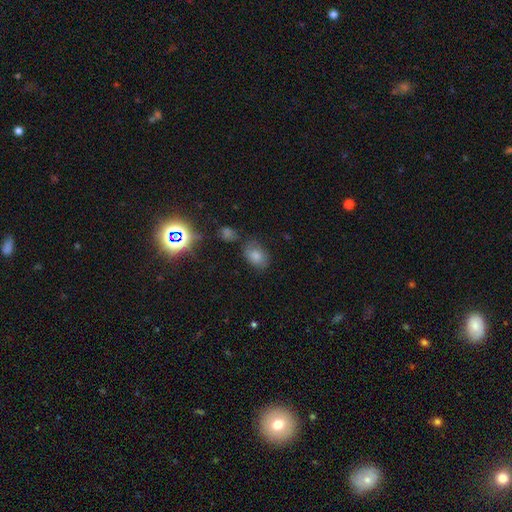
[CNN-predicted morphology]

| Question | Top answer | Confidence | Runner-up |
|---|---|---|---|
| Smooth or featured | smooth | 75% | star or artifact (14%) |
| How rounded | in between | 80% | round (18%) |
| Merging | none | 65% | minor disturbance (22%) |